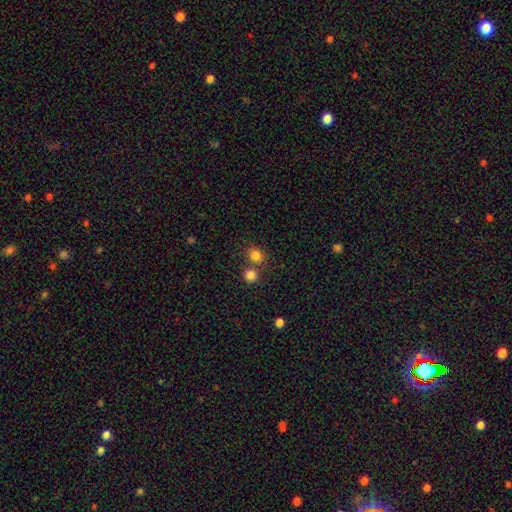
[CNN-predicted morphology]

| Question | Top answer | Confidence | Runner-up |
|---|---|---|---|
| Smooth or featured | smooth | 82% | star or artifact (13%) |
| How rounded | round | 76% | in between (23%) |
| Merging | none | 62% | merger (27%) |